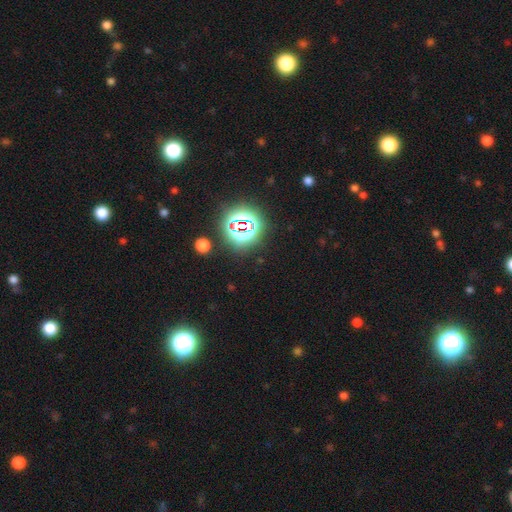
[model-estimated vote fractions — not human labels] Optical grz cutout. It shows a star or artifact, not a galaxy (80%).